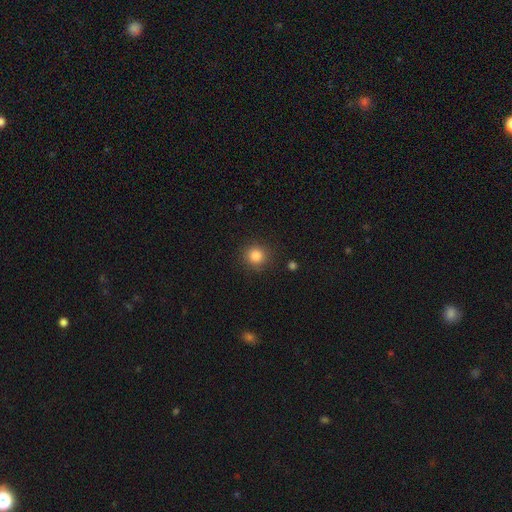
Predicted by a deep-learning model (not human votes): Smooth or featured? smooth (84%)
How rounded? round (93%)
Merging? none (88%)